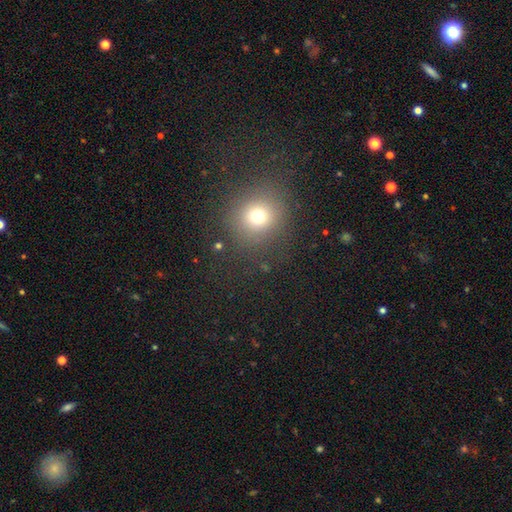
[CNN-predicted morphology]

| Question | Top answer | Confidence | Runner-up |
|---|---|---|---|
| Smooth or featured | smooth | 62% | star or artifact (30%) |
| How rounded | round | 82% | in between (17%) |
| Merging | none | 86% | minor disturbance (8%) |